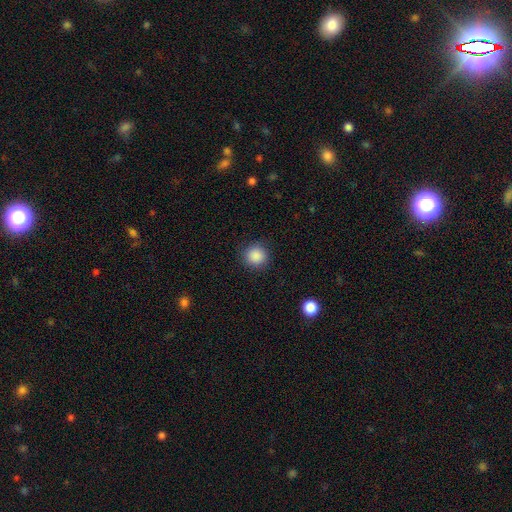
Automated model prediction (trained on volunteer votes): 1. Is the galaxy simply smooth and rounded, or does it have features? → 88% smooth, 9% star or artifact, 3% featured or disk.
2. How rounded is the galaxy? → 93% round, 6% in between, 1% cigar-shaped.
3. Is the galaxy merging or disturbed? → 89% none, 7% minor disturbance, 3% major disturbance, 1% merger.